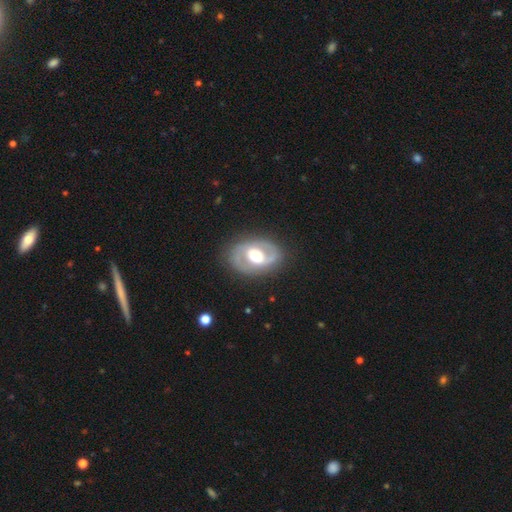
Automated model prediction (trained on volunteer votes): Morphology: type=featured or disk (76%); edge-on=no (96%); bar=no (40%); spiral arms=yes (75%); winding=medium (48%); arm count=2 (86%); bulge=moderate (62%); merging=none (80%).